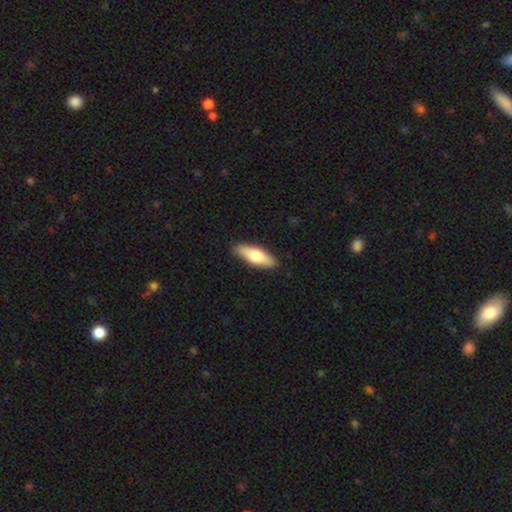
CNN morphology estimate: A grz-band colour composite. It shows a smooth galaxy with no disk features (66%) that is in between round and cigar-shaped (53%). Merging: none (89%).